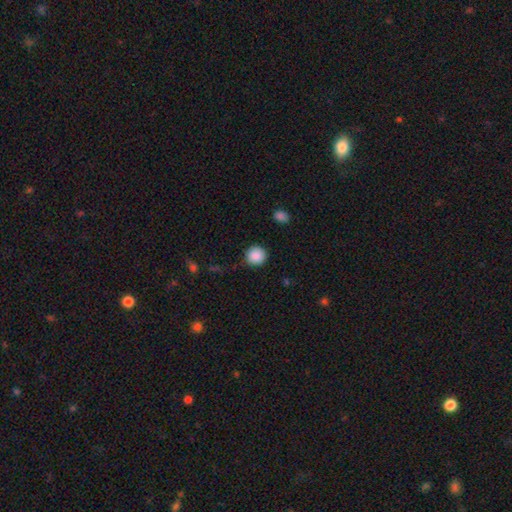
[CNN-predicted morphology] This is clearly a smooth galaxy (89%). How rounded: clearly round (93%). Merging: clearly none (89%).